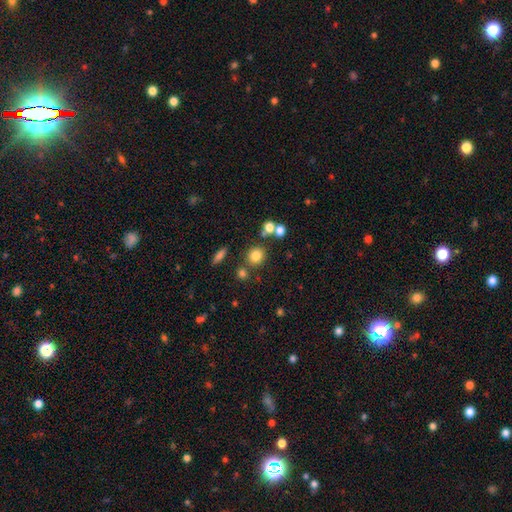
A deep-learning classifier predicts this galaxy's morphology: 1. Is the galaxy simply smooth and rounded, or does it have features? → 79% smooth, 14% star or artifact, 7% featured or disk.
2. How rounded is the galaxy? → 82% round, 16% in between, 1% cigar-shaped.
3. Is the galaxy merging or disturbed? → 74% none, 12% merger, 10% minor disturbance, 4% major disturbance.